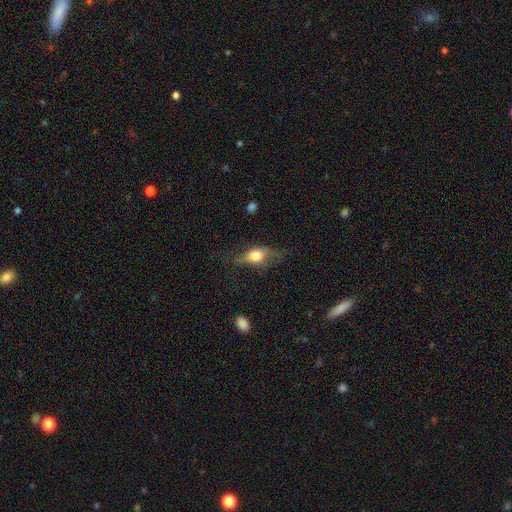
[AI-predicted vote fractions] Smooth or featured? Predicted: smooth (p=0.54). How rounded? Predicted: in between (p=0.67). Merging? Predicted: none (p=0.53).